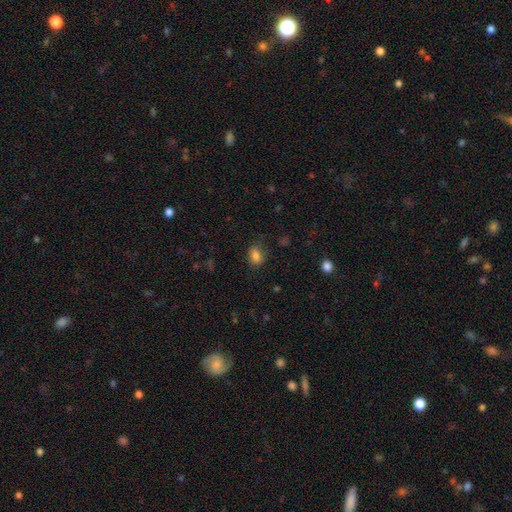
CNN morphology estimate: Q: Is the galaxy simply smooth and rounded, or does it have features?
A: smooth — 83%.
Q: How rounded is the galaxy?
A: in between — 75%.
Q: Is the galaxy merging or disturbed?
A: none — 68%.